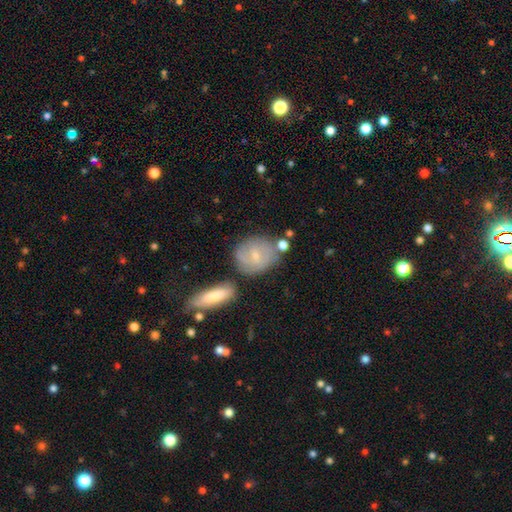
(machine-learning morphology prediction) A smooth galaxy with no disk features (47%). Merging: none (63%).